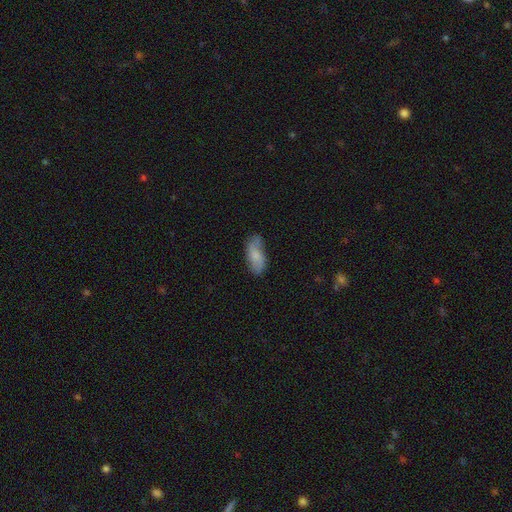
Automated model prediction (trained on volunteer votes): This is likely a smooth galaxy (67%). How rounded: clearly in between (86%). Merging: likely none (64%).